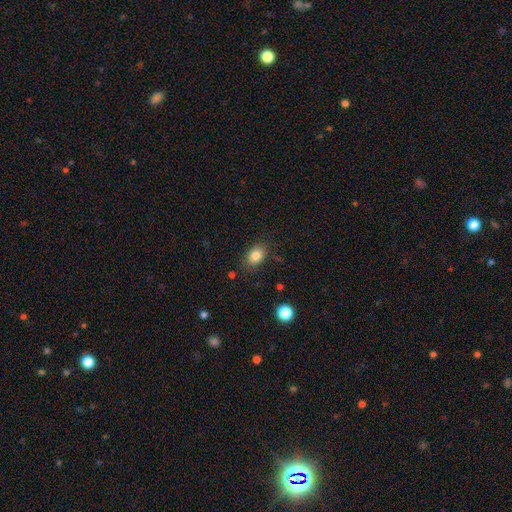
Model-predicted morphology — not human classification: This is clearly a smooth galaxy (84%). How rounded: likely in between (71%). Merging: clearly none (82%).